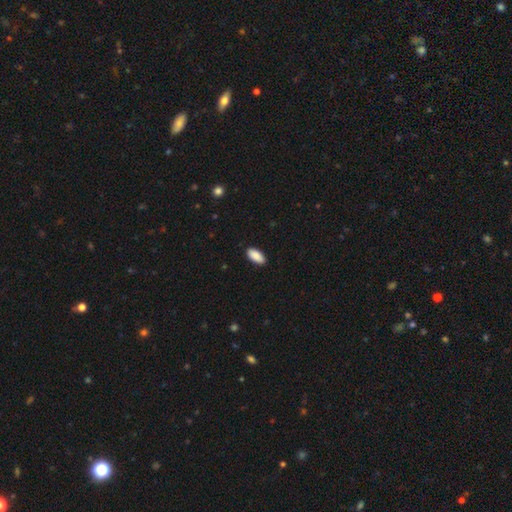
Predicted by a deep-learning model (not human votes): The model was most divided on "merging": none: 90%, minor disturbance: 8%, major disturbance: 2%, merger: 1%. More confident: how rounded — in between (91%); smooth or featured — smooth (90%).